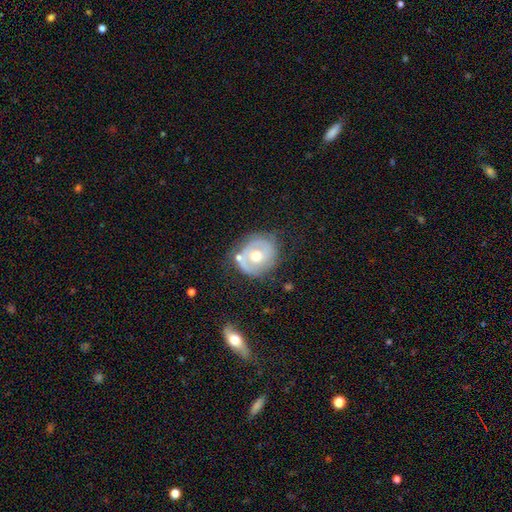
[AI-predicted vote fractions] featured or disk 68%, smooth 26%, star or artifact 6%. Down the decision tree: edge-on disk — no (97%); bar — no (73%); spiral arms — yes (67%); bulge size — moderate (77%); merging — none (60%).